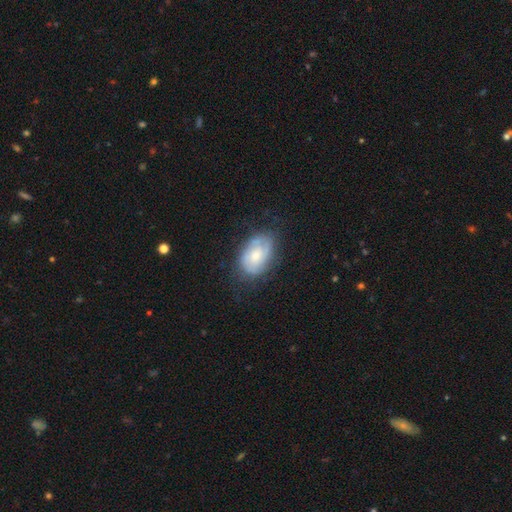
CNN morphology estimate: smooth_or_featured: featured or disk (p=0.56) [alt: smooth p=0.37]
disk_edge_on: no (p=0.96) [alt: yes p=0.04]
bar: no (p=0.73) [alt: weak p=0.24]
has_spiral_arms: yes (p=0.79) [alt: no p=0.21]
bulge_size: moderate (p=0.51) [alt: small p=0.32]
merging: none (p=0.67) [alt: minor disturbance p=0.23]